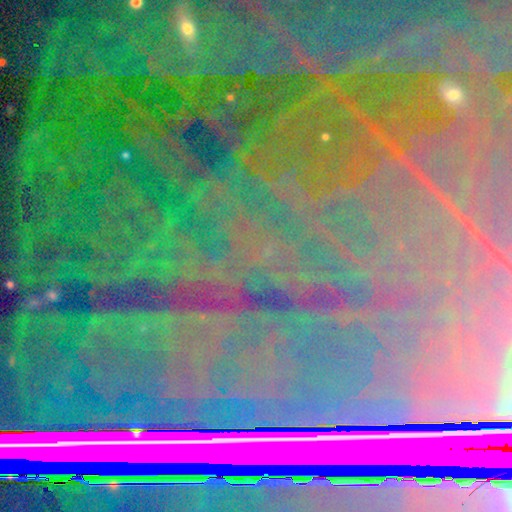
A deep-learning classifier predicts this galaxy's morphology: star or artifact 87%, featured or disk 7%, smooth 6%.